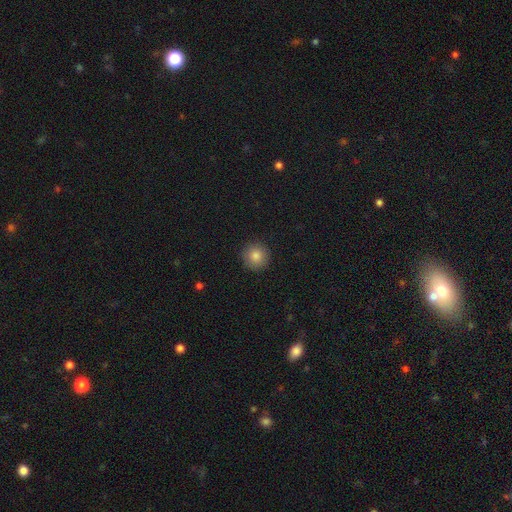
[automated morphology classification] Smooth or featured? Predicted: smooth (p=0.84). How rounded? Predicted: round (p=0.95). Merging? Predicted: none (p=0.91).